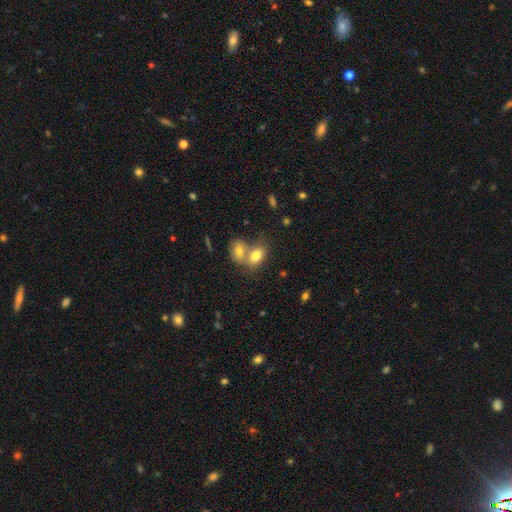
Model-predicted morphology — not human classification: Q: Smooth or featured?
A: smooth (77%); runner-up: featured or disk (14%)
Q: How rounded?
A: in between (84%); runner-up: round (14%)
Q: Merging?
A: merger (59%); runner-up: none (30%)